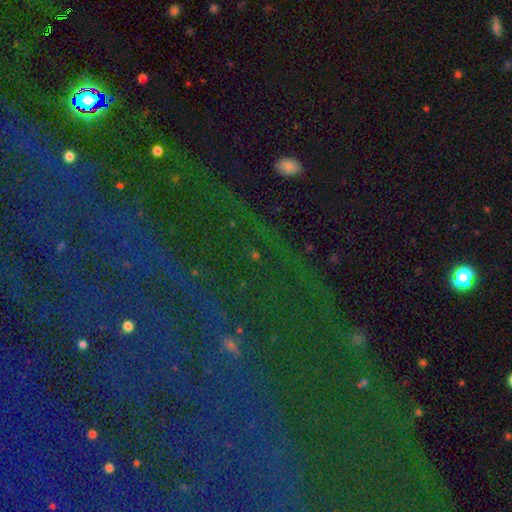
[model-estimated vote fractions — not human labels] A star or artifact, not a galaxy (71%).

Vote fractions:
- Smooth or featured? star or artifact: 71% / smooth: 18% / featured or disk: 11%